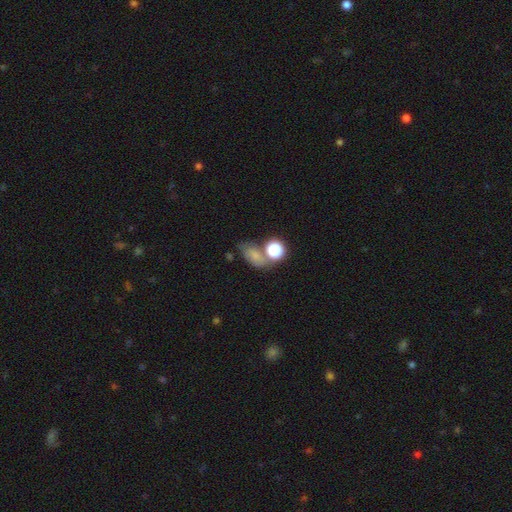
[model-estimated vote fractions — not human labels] Smooth or featured? smooth (64%)
How rounded? in between (69%)
Merging? none (42%)